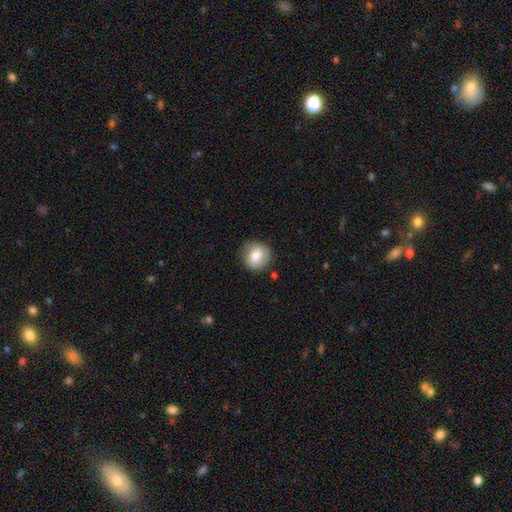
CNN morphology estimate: A smooth galaxy with no disk features (73%) that is round (87%). Merging: none (77%).